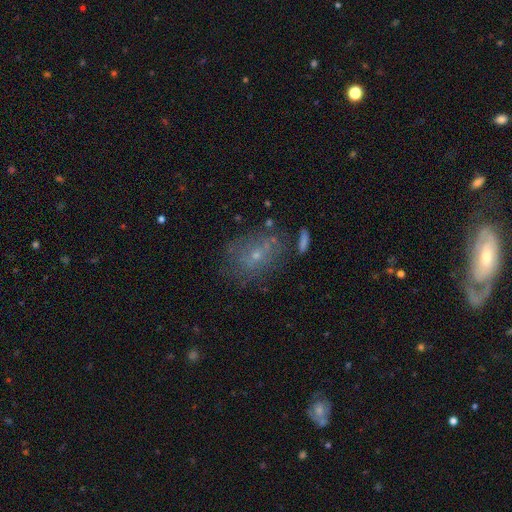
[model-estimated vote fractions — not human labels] Smooth or featured: featured or disk — 44% (smooth — 39%)
Merging: none — 53% (minor disturbance — 22%)